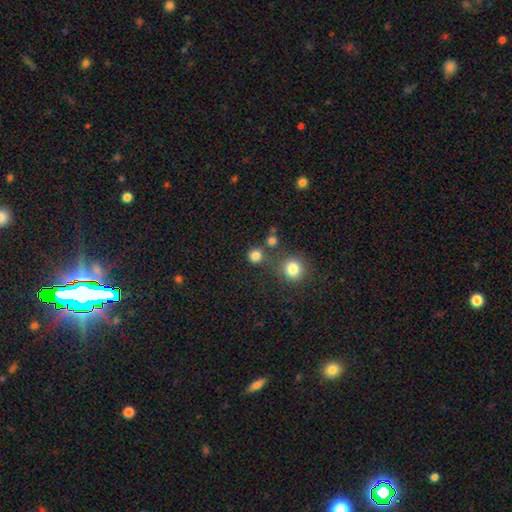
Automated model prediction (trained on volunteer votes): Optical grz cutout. It shows a smooth galaxy with no disk features (81%) that is round (91%). Merging: none (74%).